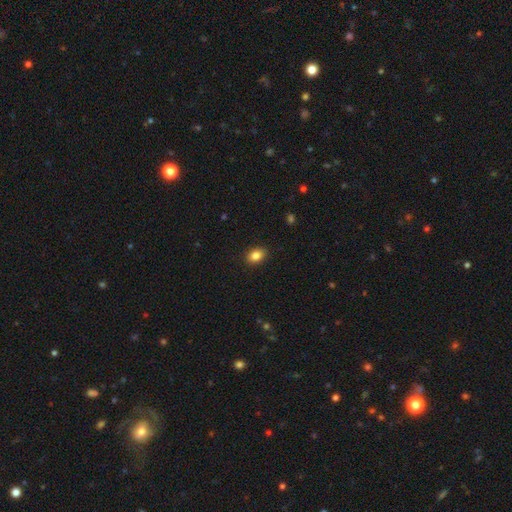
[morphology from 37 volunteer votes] type=smooth (81%); roundness=in between (80%); merging=none (94%).